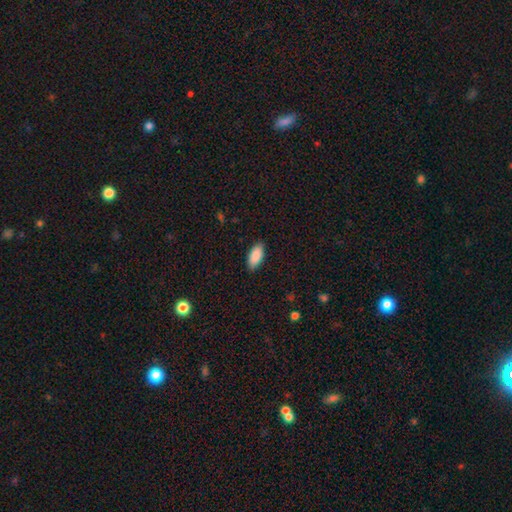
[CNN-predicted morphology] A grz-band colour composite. It shows a smooth galaxy with no disk features (89%) that is in between round and cigar-shaped (90%). Merging: none (88%).